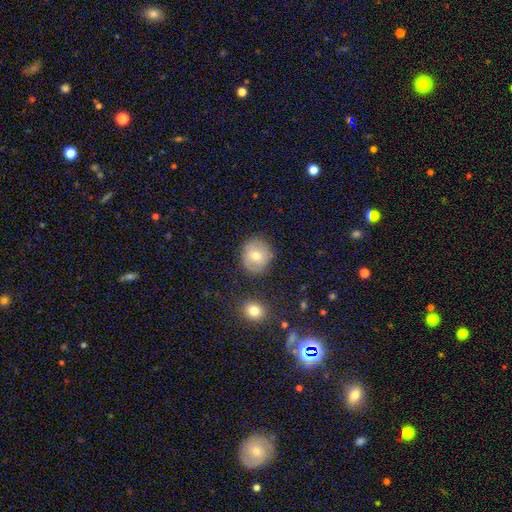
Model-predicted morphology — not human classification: smooth 61%, featured or disk 30%, star or artifact 9%. Down the decision tree: how rounded — round (85%); merging — none (81%).